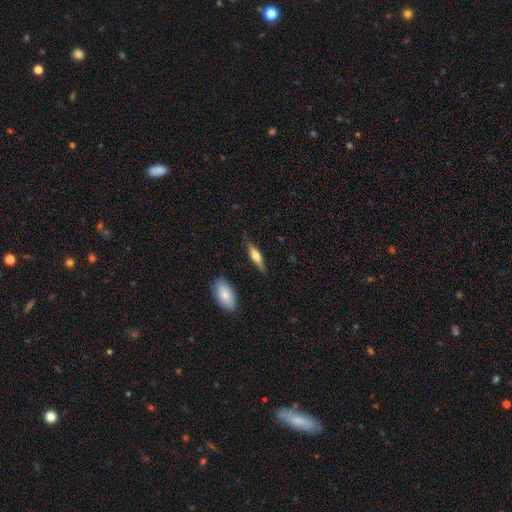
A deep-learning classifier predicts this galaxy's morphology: smooth_or_featured: smooth (p=0.51) [alt: featured or disk p=0.43]
how_rounded: cigar-shaped (p=0.62) [alt: in between p=0.36]
merging: none (p=0.83) [alt: minor disturbance p=0.12]